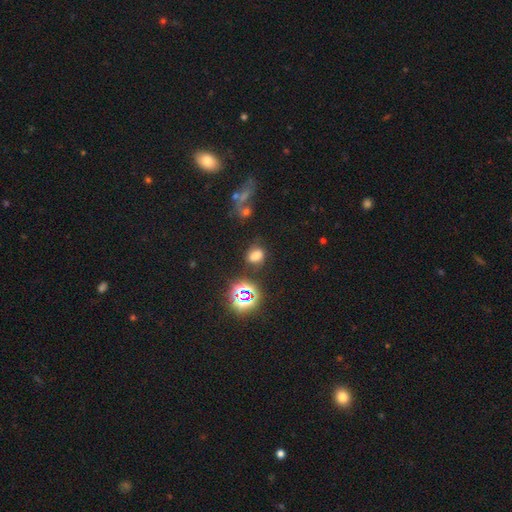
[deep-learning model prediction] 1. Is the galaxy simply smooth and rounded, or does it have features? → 62% smooth, 26% star or artifact, 11% featured or disk.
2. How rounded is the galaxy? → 56% in between, 42% round, 2% cigar-shaped.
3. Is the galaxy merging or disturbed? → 70% none, 16% minor disturbance, 7% merger, 7% major disturbance.